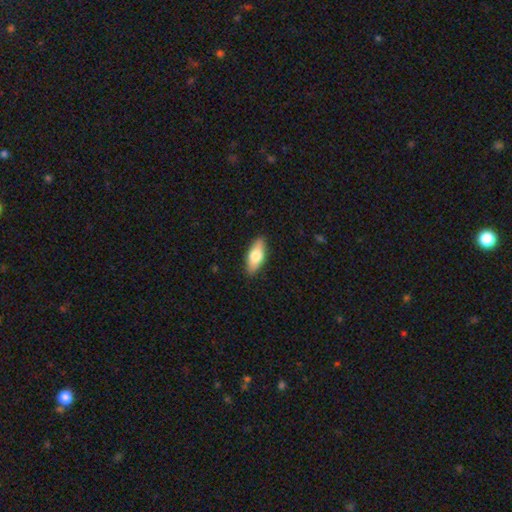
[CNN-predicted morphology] Overall: smooth (69%). How rounded: in between (78%). Merging: none (89%).